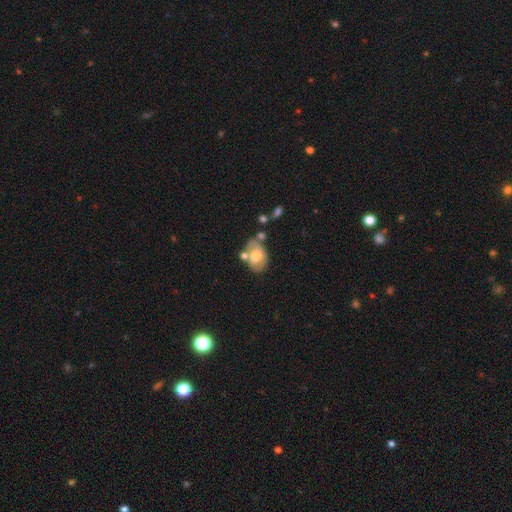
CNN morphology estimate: The model was most divided on "smooth or featured": smooth: 55%, featured or disk: 38%, star or artifact: 7%. Remaining: how rounded — in between (83%); merging — none (47%).